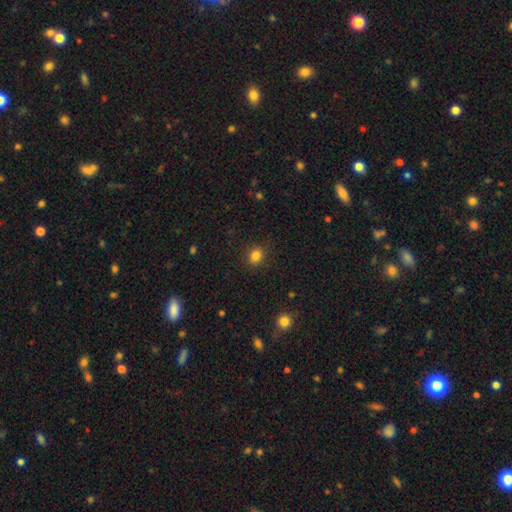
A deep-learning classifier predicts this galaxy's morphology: Smooth or featured: smooth — 83% (star or artifact — 12%)
How rounded: round — 75% (in between — 24%)
Merging: none — 89% (minor disturbance — 7%)